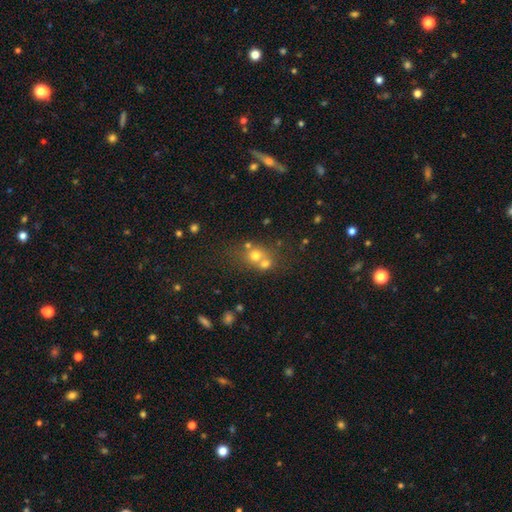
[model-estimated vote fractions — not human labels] This is likely a smooth galaxy (66%). How rounded: likely round (76%). Merging: possibly merger (53%).